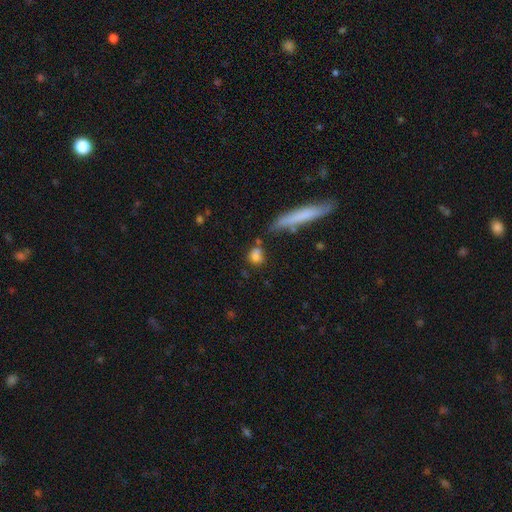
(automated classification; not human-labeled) Q: Smooth or featured?
A: smooth (78%); runner-up: star or artifact (11%)
Q: How rounded?
A: round (45%); runner-up: in between (44%)
Q: Merging?
A: none (59%); runner-up: minor disturbance (19%)